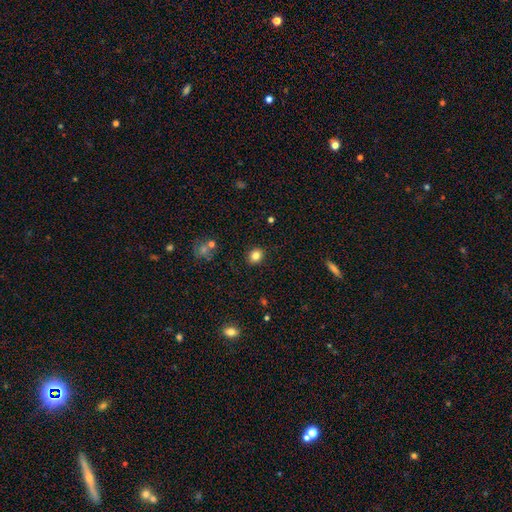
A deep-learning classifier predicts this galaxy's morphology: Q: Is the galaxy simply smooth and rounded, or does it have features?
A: smooth — 83%.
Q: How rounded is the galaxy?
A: round — 64%.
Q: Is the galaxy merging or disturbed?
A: none — 89%.